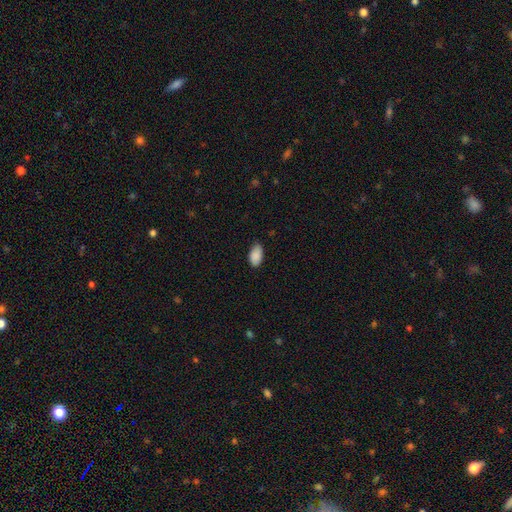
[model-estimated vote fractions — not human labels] Q: Smooth or featured?
A: smooth (89%); runner-up: star or artifact (7%)
Q: How rounded?
A: in between (95%); runner-up: round (3%)
Q: Merging?
A: none (76%); runner-up: minor disturbance (20%)